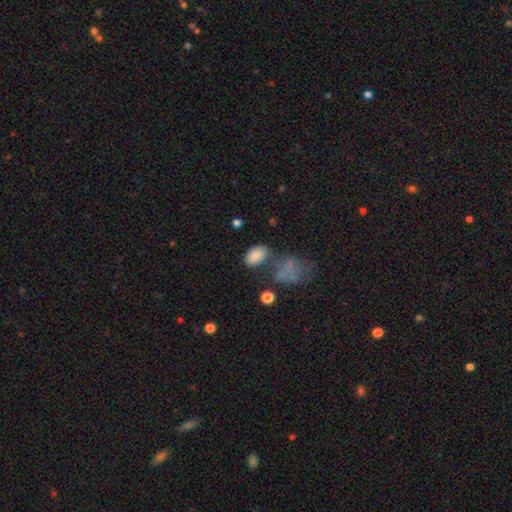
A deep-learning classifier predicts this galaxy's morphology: The model was most divided on "merging": none: 61%, minor disturbance: 19%, merger: 12%, major disturbance: 9%. More confident: how rounded — in between (92%); smooth or featured — smooth (84%).